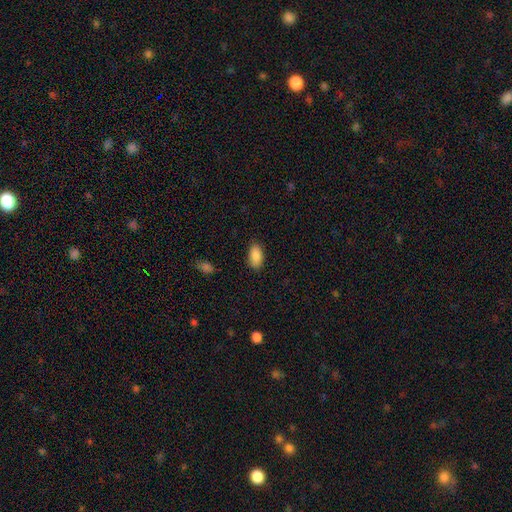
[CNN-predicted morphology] Smooth or featured? smooth (89%)
How rounded? in between (93%)
Merging? none (85%)